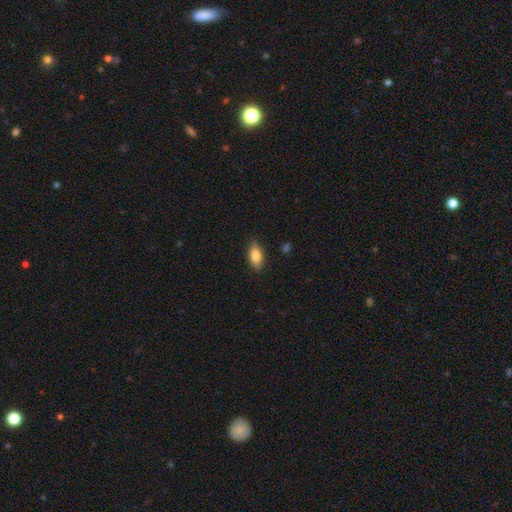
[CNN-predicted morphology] smooth_or_featured: smooth (p=0.78) [alt: featured or disk p=0.15]
how_rounded: in between (p=0.85) [alt: cigar-shaped p=0.11]
merging: none (p=0.83) [alt: minor disturbance p=0.14]